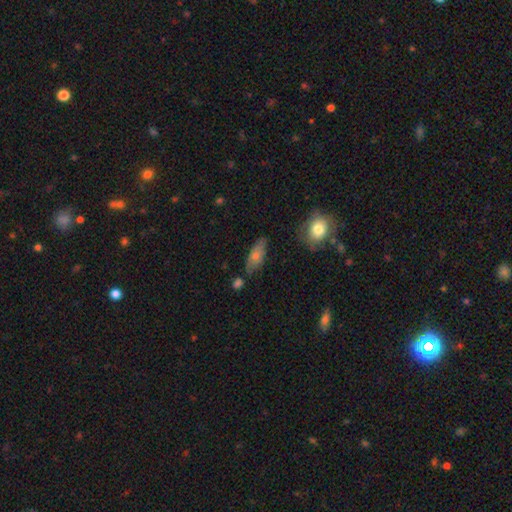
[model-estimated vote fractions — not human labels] Q: Smooth or featured?
A: smooth (66%); runner-up: featured or disk (25%)
Q: How rounded?
A: in between (71%); runner-up: cigar-shaped (25%)
Q: Merging?
A: none (73%); runner-up: minor disturbance (18%)